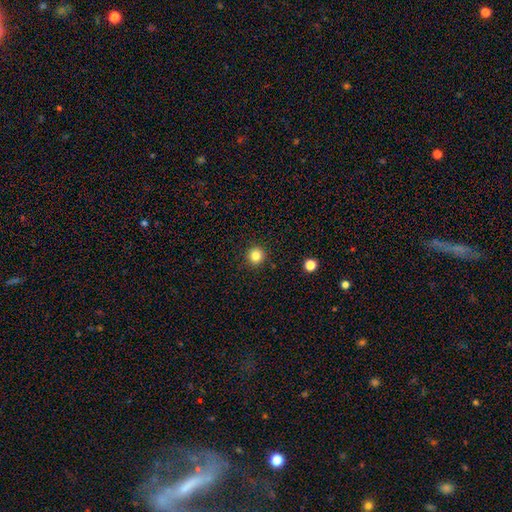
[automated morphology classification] Smooth or featured? Predicted: smooth (p=0.83). How rounded? Predicted: round (p=0.95). Merging? Predicted: none (p=0.92).